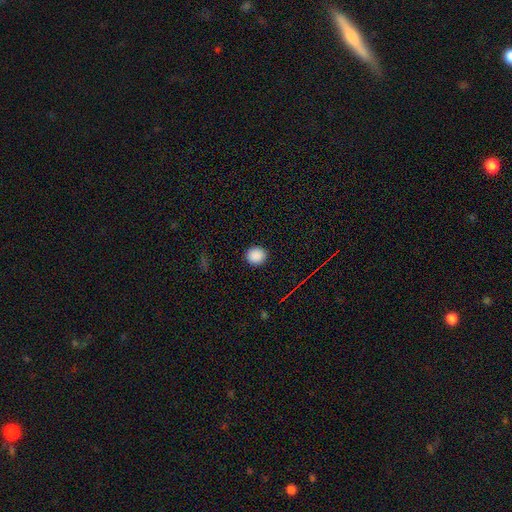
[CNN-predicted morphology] Smooth or featured? smooth (87%)
How rounded? round (85%)
Merging? none (91%)